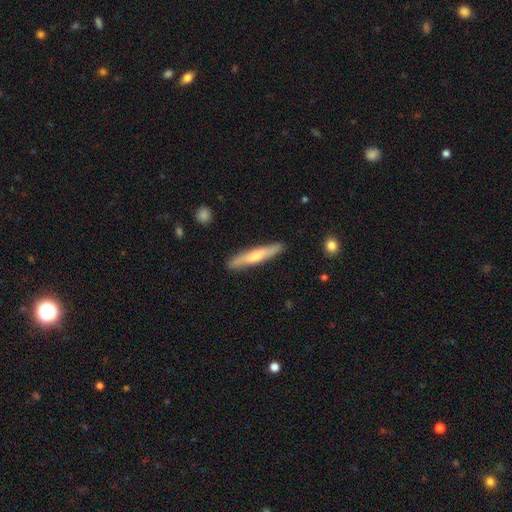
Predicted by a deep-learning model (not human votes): A smooth galaxy with no disk features (54%) that is cigar-shaped (92%). Merging: none (88%).